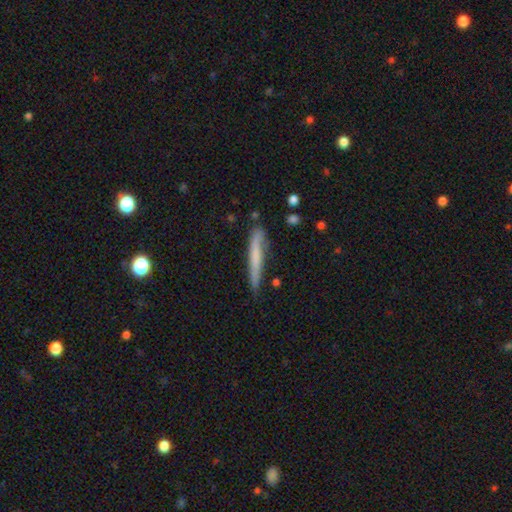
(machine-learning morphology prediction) Q: Smooth or featured?
A: smooth (59%); runner-up: featured or disk (35%)
Q: How rounded?
A: cigar-shaped (95%); runner-up: in between (4%)
Q: Merging?
A: none (73%); runner-up: minor disturbance (20%)